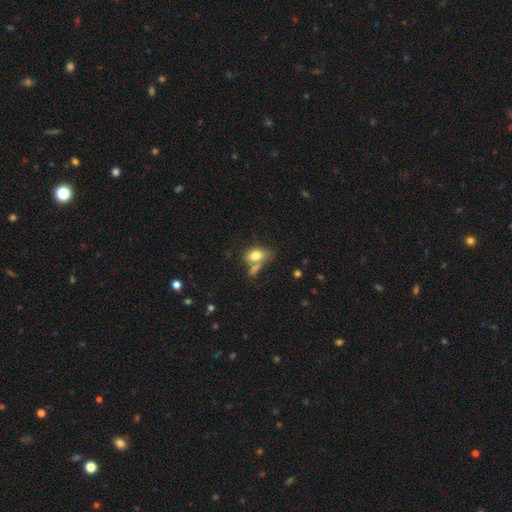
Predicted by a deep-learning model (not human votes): Morphology: type=smooth (78%); roundness=in between (84%); merging=none (40%).